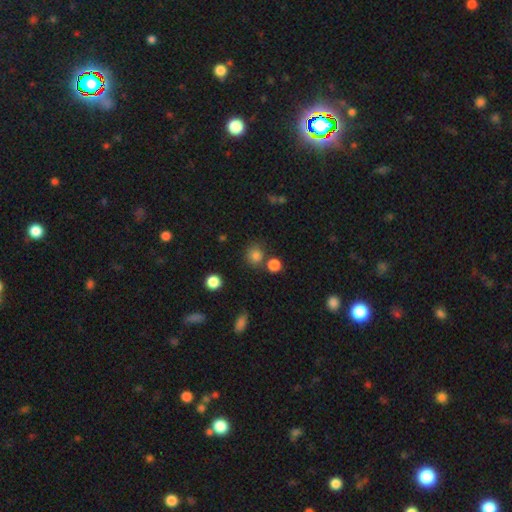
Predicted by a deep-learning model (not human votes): smooth 81%, star or artifact 14%, featured or disk 5%. Down the decision tree: how rounded — round (84%); merging — none (73%).